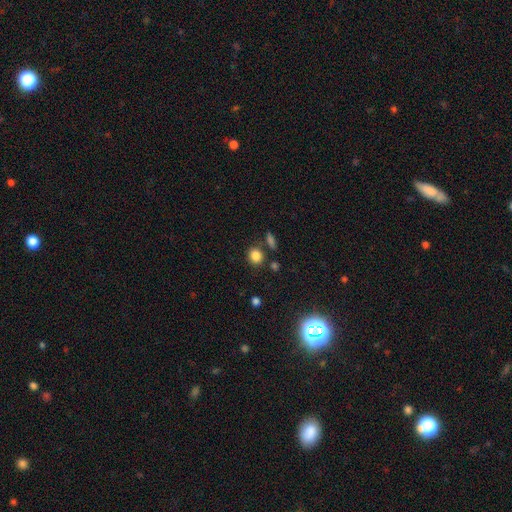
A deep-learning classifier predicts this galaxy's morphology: smooth_or_featured: smooth (p=0.83) [alt: star or artifact p=0.12]
how_rounded: round (p=0.74) [alt: in between p=0.25]
merging: none (p=0.77) [alt: minor disturbance p=0.11]